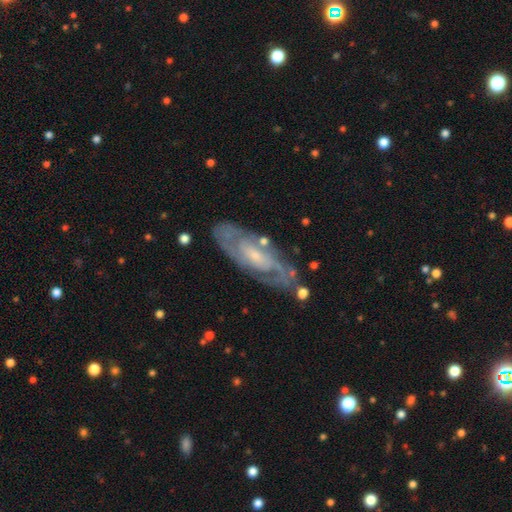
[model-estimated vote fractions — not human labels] This is clearly a featured or disk galaxy (82%). It is clearly not viewed edge-on (88%). Bar: possibly no (52%). Spiral arm pattern: clearly yes (90%). Spiral arm count: possibly 2 (50%). Spiral winding: likely tight (61%). Central bulge: likely small (65%). Merging: likely none (75%).